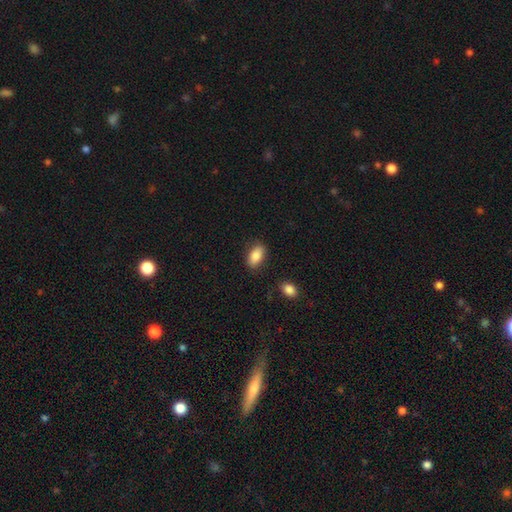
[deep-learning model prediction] Q: Smooth or featured?
A: smooth (87%); runner-up: star or artifact (7%)
Q: How rounded?
A: in between (91%); runner-up: round (4%)
Q: Merging?
A: none (84%); runner-up: minor disturbance (11%)